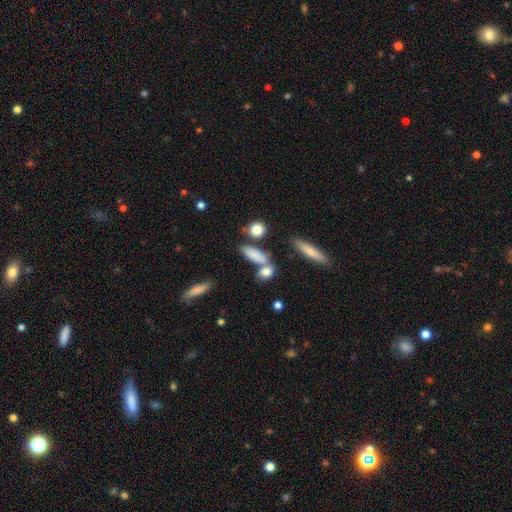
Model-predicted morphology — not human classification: This appears to be a smooth galaxy with no disk features (79%) that is in between round and cigar-shaped (58%). Merging: none (56%).